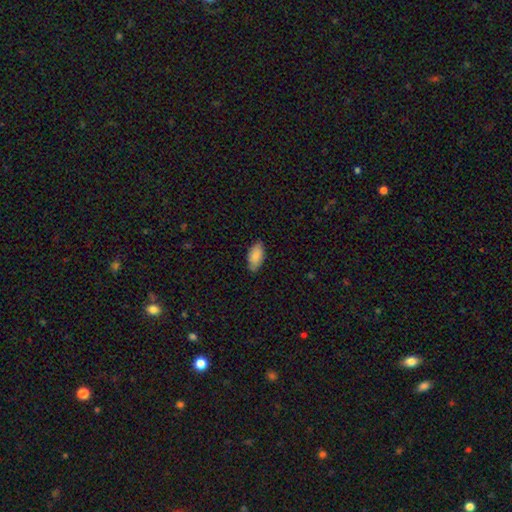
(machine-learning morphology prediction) Smooth or featured?
  - smooth: 84% *
  - featured or disk: 10%
  - star or artifact: 6%
How rounded?
  - in between: 93% *
  - cigar-shaped: 5%
  - round: 2%
Merging?
  - none: 82% *
  - minor disturbance: 15%
  - major disturbance: 2%
  - merger: 1%